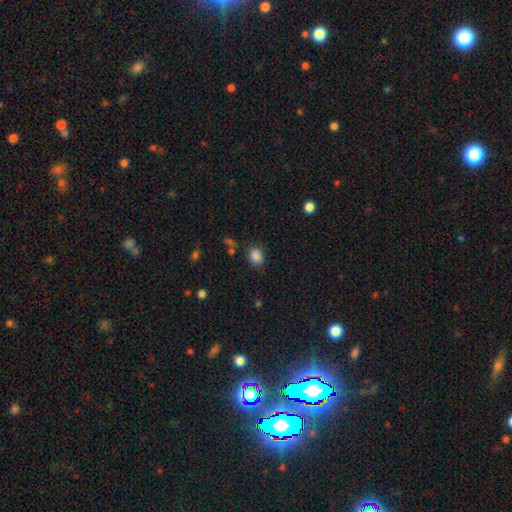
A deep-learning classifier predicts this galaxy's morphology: smooth 86%, star or artifact 10%, featured or disk 4%. Down the decision tree: how rounded — round (57%); merging — none (77%).